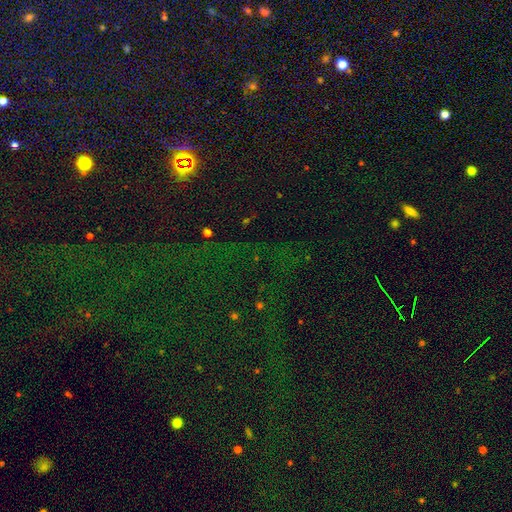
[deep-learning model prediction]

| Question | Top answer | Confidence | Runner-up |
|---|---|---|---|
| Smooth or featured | star or artifact | 73% | smooth (18%) |